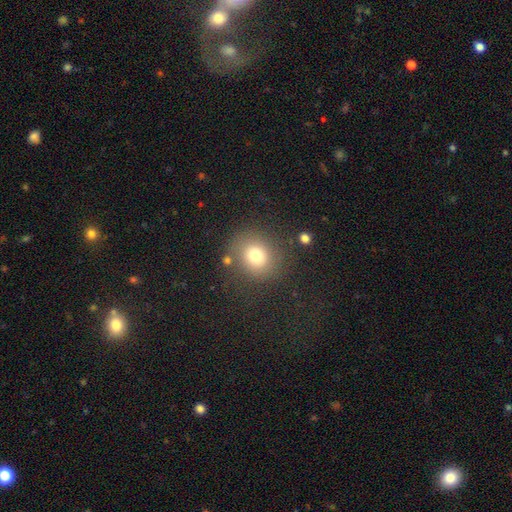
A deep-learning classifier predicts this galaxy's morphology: Smooth or featured? smooth (75%)
How rounded? round (82%)
Merging? none (79%)